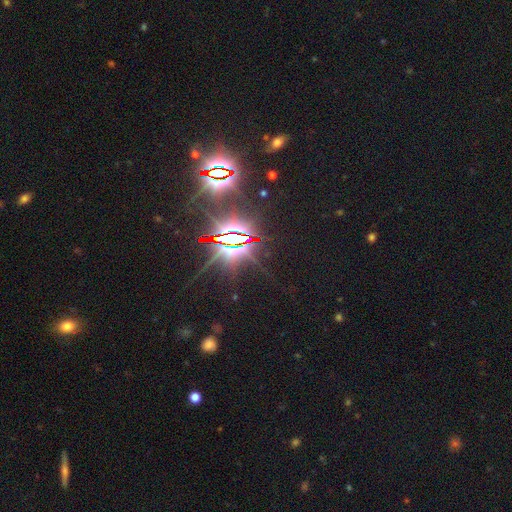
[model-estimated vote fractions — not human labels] Smooth or featured?
  - star or artifact: 86% *
  - featured or disk: 7%
  - smooth: 7%